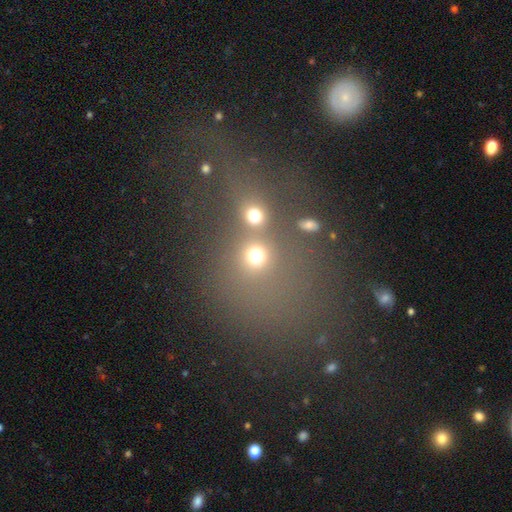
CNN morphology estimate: smooth 73%, star or artifact 18%, featured or disk 9%. Down the decision tree: how rounded — round (83%); merging — none (47%).